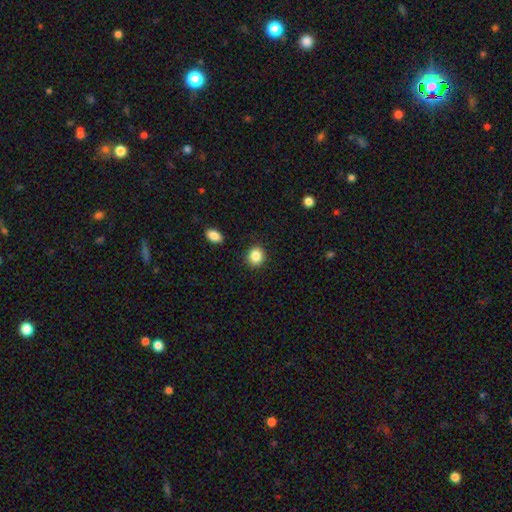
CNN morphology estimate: The model was most divided on "how rounded": round: 76%, in between: 23%, cigar-shaped: 1%. More confident: merging — none (88%); smooth or featured — smooth (86%).